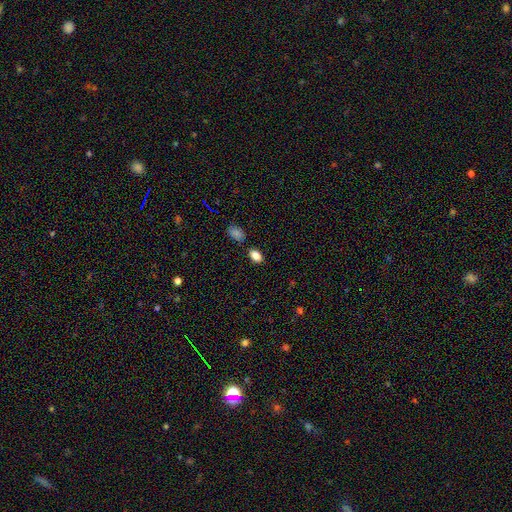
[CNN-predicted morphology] This is clearly a smooth galaxy (85%). How rounded: clearly in between (89%). Merging: clearly none (81%).